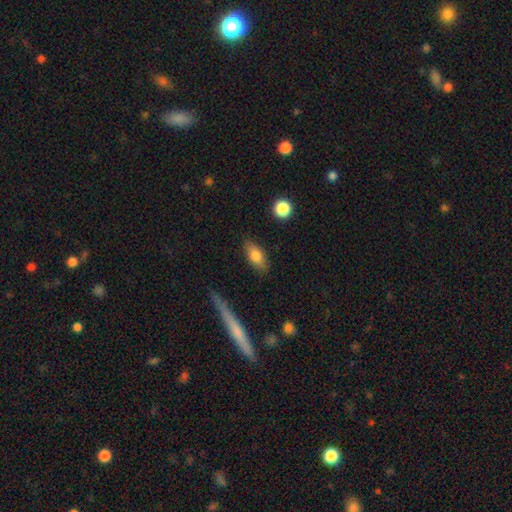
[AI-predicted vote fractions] Smooth or featured: smooth — 79% (featured or disk — 14%)
How rounded: in between — 84% (cigar-shaped — 11%)
Merging: none — 83% (minor disturbance — 12%)